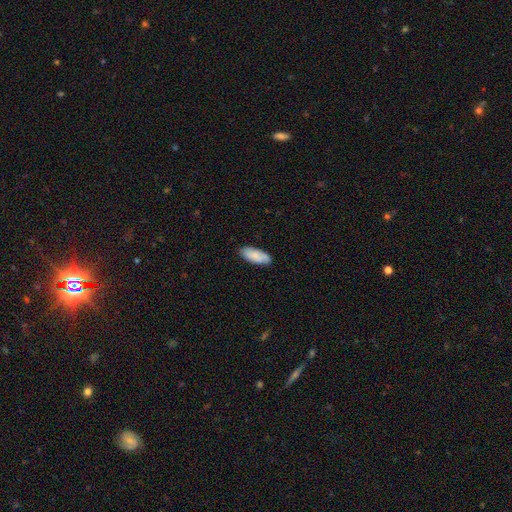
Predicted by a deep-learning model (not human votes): A smooth galaxy with no disk features (82%) that is in between round and cigar-shaped (81%).

Vote fractions:
- Smooth or featured? smooth: 82% / featured or disk: 12% / star or artifact: 6%
- How rounded? in between: 81% / cigar-shaped: 17% / round: 2%
- Merging? none: 82% / minor disturbance: 15% / major disturbance: 2% / merger: 1%